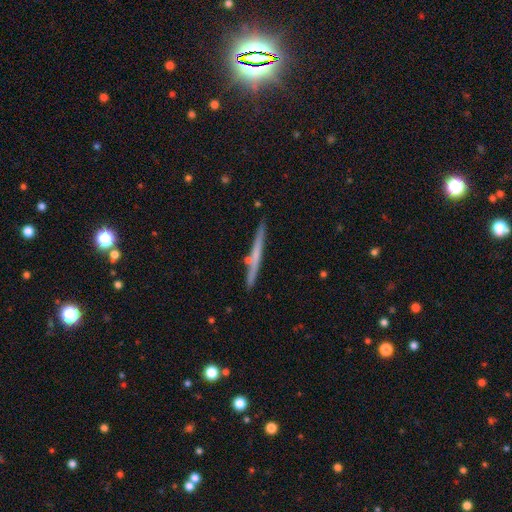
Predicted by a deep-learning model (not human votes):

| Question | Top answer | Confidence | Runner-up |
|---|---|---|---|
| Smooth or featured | featured or disk | 51% | smooth (43%) |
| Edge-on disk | yes | 97% | no (3%) |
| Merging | none | 86% | minor disturbance (9%) |